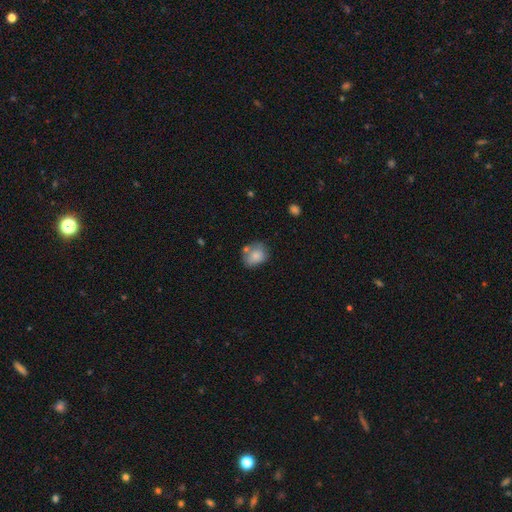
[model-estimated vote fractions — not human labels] Smooth or featured? Predicted: smooth (p=0.79). How rounded? Predicted: round (p=0.54). Merging? Predicted: none (p=0.55).